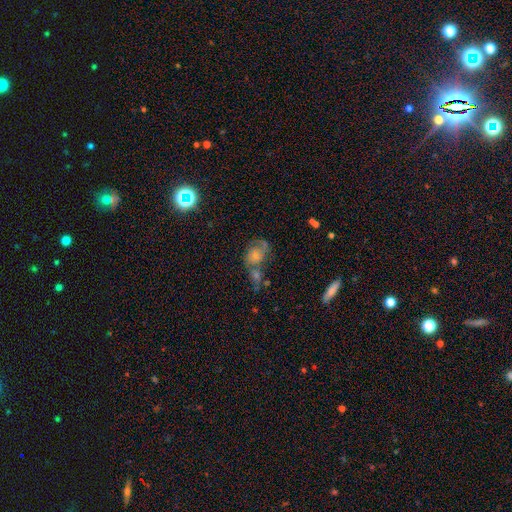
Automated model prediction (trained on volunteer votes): Smooth or featured: featured or disk — 47% (smooth — 40%)
Merging: merger — 37% (none — 29%)